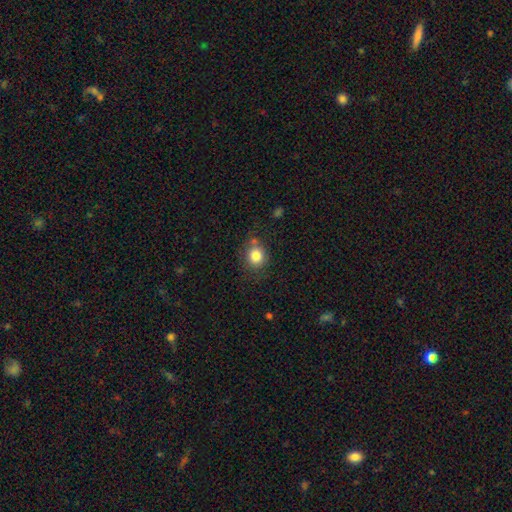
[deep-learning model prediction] This is clearly a smooth galaxy (82%). How rounded: likely round (79%). Merging: likely none (73%).